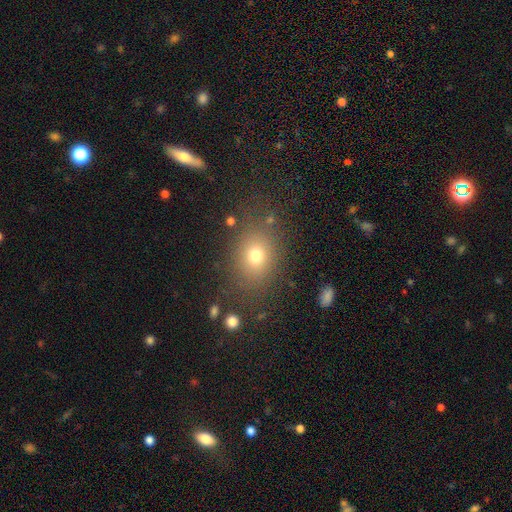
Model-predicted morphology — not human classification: smooth 73%, star or artifact 16%, featured or disk 11%. Down the decision tree: how rounded — in between (51%); merging — none (80%).